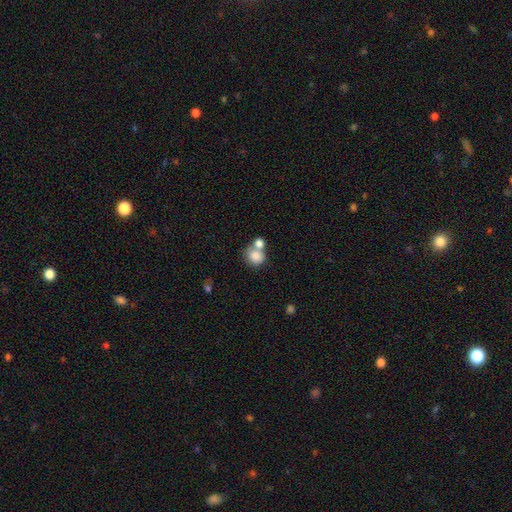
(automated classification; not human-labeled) This appears to be a smooth galaxy with no disk features (82%) that is round (76%). Merging: merger (49%).